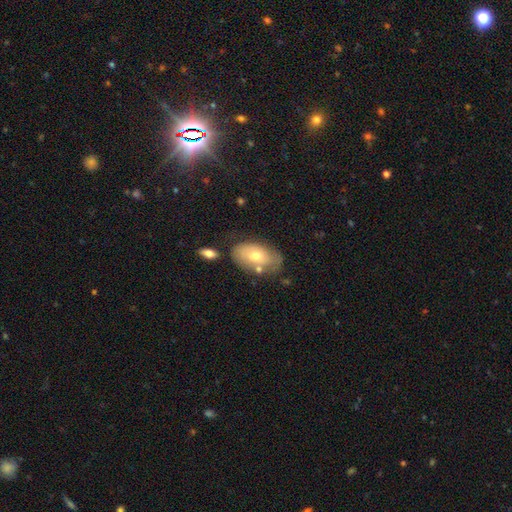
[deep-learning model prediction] smooth_or_featured: smooth (p=0.60) [alt: featured or disk p=0.32]
how_rounded: in between (p=0.91) [alt: round p=0.06]
merging: none (p=0.59) [alt: minor disturbance p=0.23]